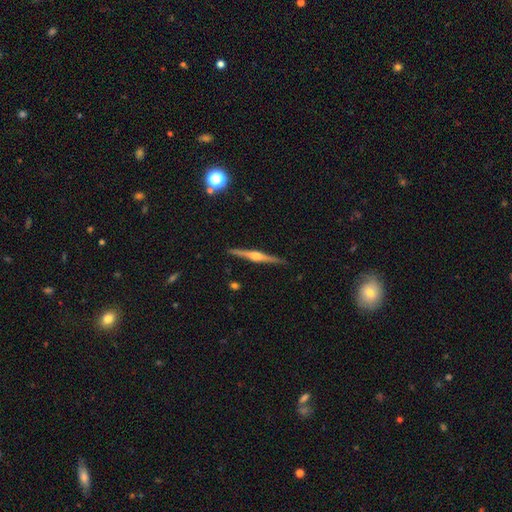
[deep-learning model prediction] Smooth or featured? Predicted: featured or disk (p=0.84). Edge-on disk? Predicted: yes (p=0.99). Edge-on bulge? Predicted: rounded (p=0.91). Merging? Predicted: none (p=0.92).